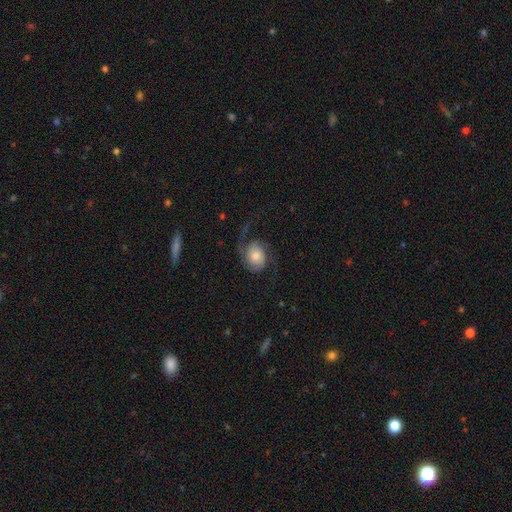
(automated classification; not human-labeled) Smooth or featured? Predicted: featured or disk (p=0.70). Edge-on disk? Predicted: no (p=0.97). Bar? Predicted: no (p=0.73). Spiral arms? Predicted: yes (p=0.94). Spiral winding? Predicted: loose (p=0.47). Spiral arm count? Predicted: 2 (p=0.75). Bulge size? Predicted: moderate (p=0.53). Merging? Predicted: none (p=0.58).